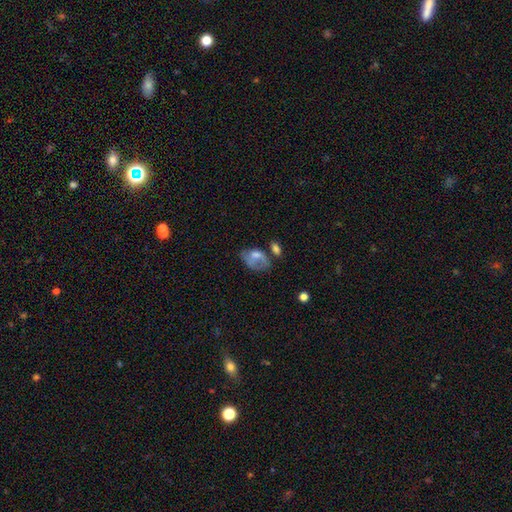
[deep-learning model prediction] Overall: smooth (57%; featured or disk 33%). How rounded: in between (83%). Merging: none (29%; major disturbance 28%).